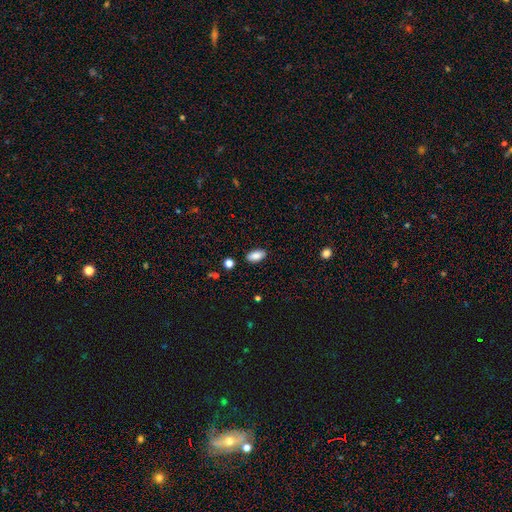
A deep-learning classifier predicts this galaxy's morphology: Smooth or featured? smooth (87%)
How rounded? in between (92%)
Merging? none (87%)